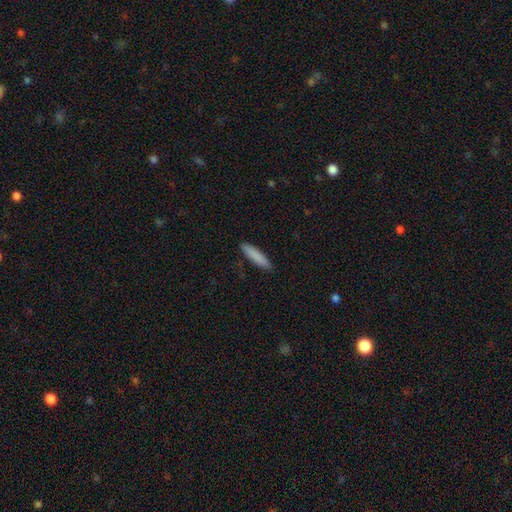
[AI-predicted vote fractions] Smooth or featured? smooth (86%)
How rounded? cigar-shaped (81%)
Merging? none (89%)